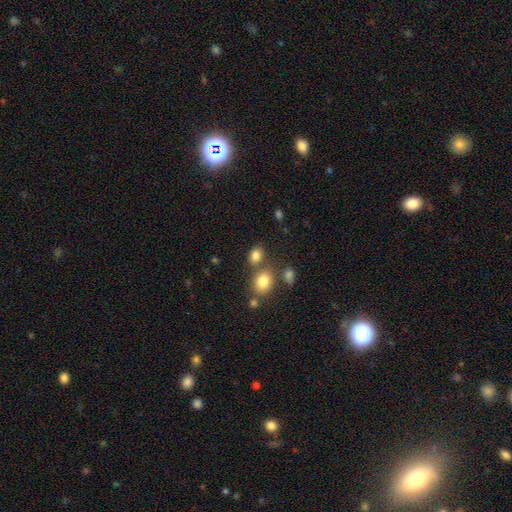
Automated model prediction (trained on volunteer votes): Overall: smooth (82%). How rounded: in between (59%; round 39%). Merging: none (63%).